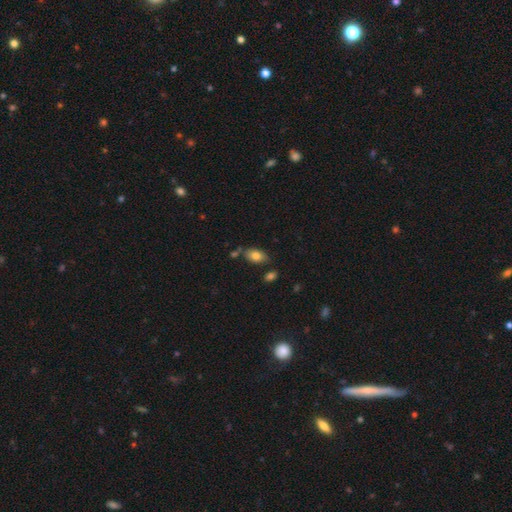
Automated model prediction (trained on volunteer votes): smooth-or-featured: smooth: 80% | featured or disk: 12% | star or artifact: 8%
  how-rounded: in between: 90% | round: 7% | cigar-shaped: 3%
  merging: none: 71% | minor disturbance: 15% | merger: 10% | major disturbance: 4%